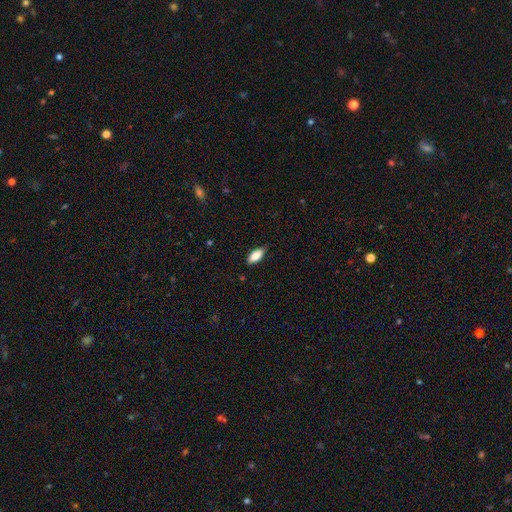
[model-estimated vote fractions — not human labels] smooth 83%, featured or disk 10%, star or artifact 7%. Down the decision tree: how rounded — in between (81%); merging — none (82%).